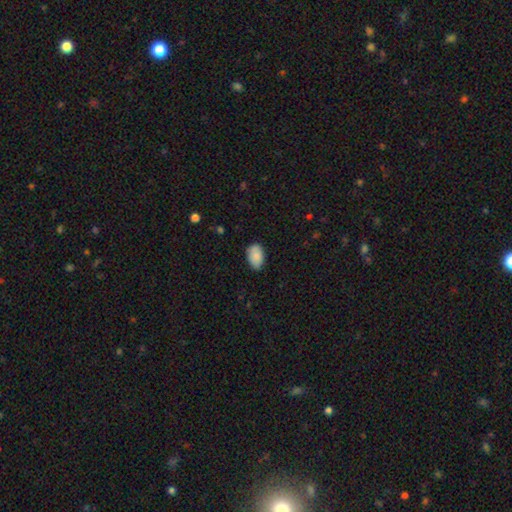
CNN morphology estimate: smooth 87%, star or artifact 7%, featured or disk 6%. Down the decision tree: how rounded — in between (91%); merging — none (79%).